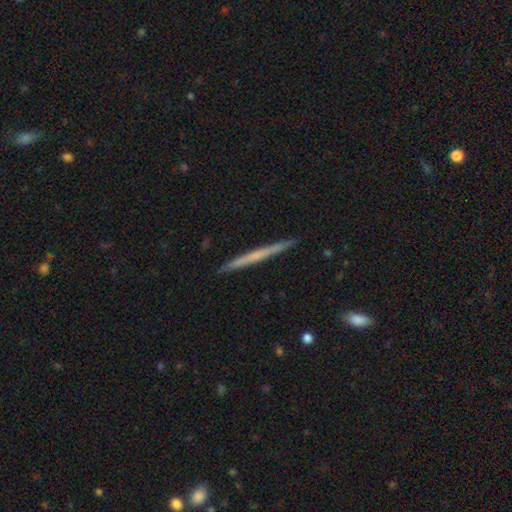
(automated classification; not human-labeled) Smooth or featured?
  - featured or disk: 52% *
  - smooth: 43%
  - star or artifact: 5%
Edge-on disk?
  - yes: 98% *
  - no: 2%
Edge-on bulge?
  - none: 83% *
  - rounded: 12%
  - boxy: 5%
Merging?
  - none: 92% *
  - minor disturbance: 6%
  - major disturbance: 1%
  - merger: 1%